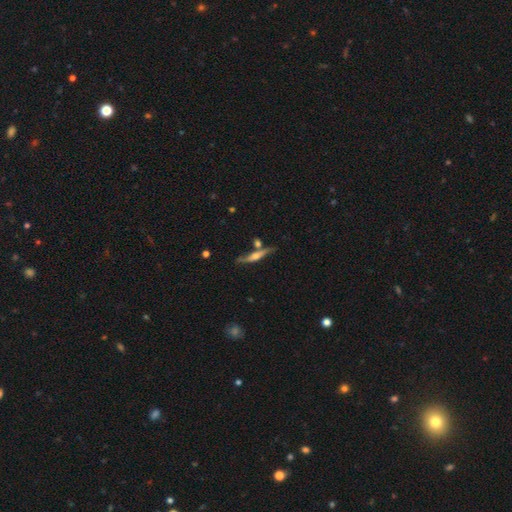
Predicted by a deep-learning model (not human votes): A featured or disk galaxy (67%) viewed edge-on (95%) with a rounded central bulge (81%). Merging: none (70%).